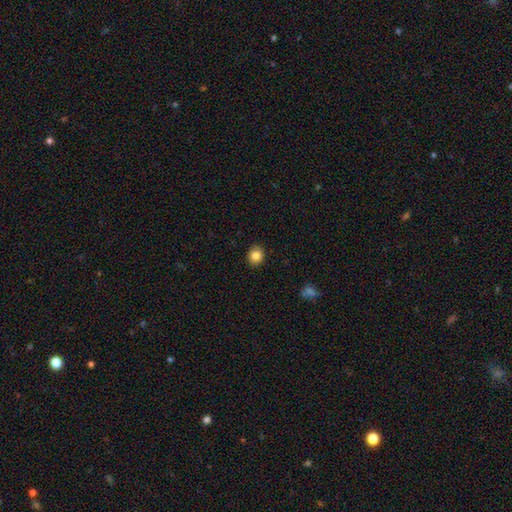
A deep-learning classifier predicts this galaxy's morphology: A smooth galaxy with no disk features (85%) that is round (73%).

Vote fractions:
- Smooth or featured? smooth: 85% / star or artifact: 10% / featured or disk: 5%
- How rounded? round: 73% / in between: 26% / cigar-shaped: 1%
- Merging? none: 90% / minor disturbance: 7% / major disturbance: 2% / merger: 1%